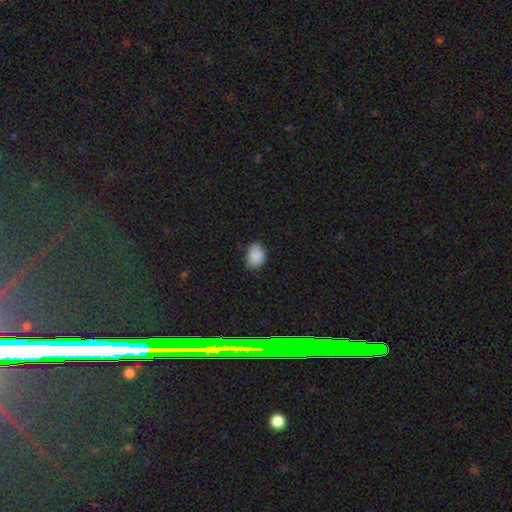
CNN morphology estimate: The model was most divided on "merging": none: 61%, minor disturbance: 32%, major disturbance: 5%, merger: 2%. More confident: smooth or featured — smooth (86%); how rounded — in between (69%).